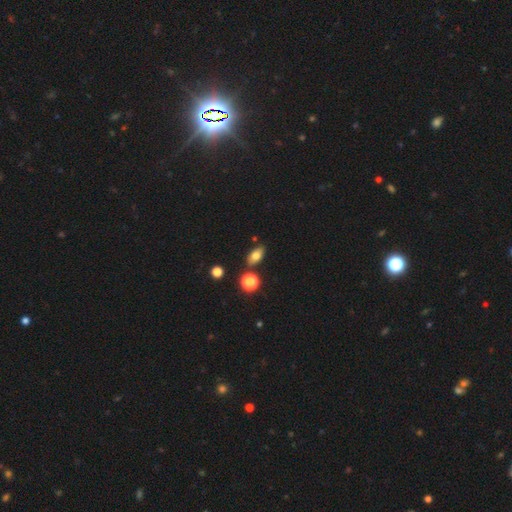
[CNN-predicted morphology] Smooth or featured: smooth — 75% (featured or disk — 14%)
How rounded: in between — 84% (round — 10%)
Merging: none — 80% (minor disturbance — 11%)